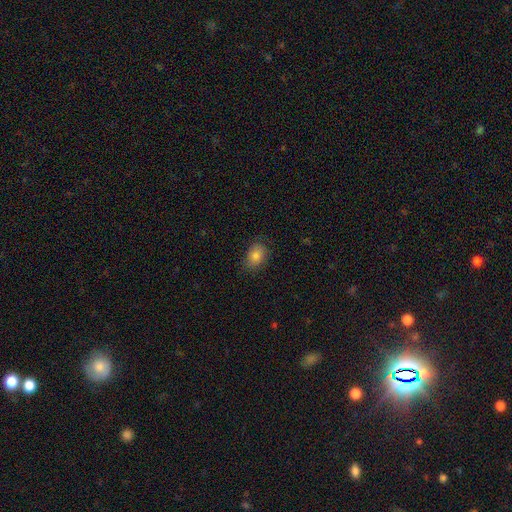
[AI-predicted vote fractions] A smooth galaxy with no disk features (82%) that is in between round and cigar-shaped (75%). Merging: none (79%).